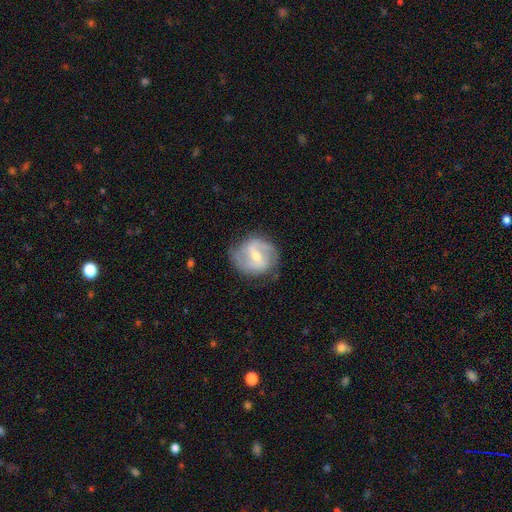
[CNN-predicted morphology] type=featured or disk (78%); edge-on=no (97%); bar=weak (52%); spiral arms=yes (91%); winding=medium (49%); arm count=2 (84%); bulge=moderate (54%); merging=none (73%).